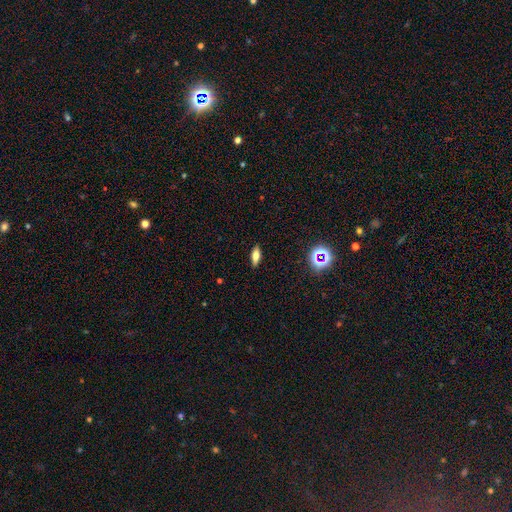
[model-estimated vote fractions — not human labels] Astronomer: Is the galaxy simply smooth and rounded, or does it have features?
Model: smooth — 64%.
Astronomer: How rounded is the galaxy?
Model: in between — 65%.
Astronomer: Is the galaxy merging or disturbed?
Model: none — 88%.